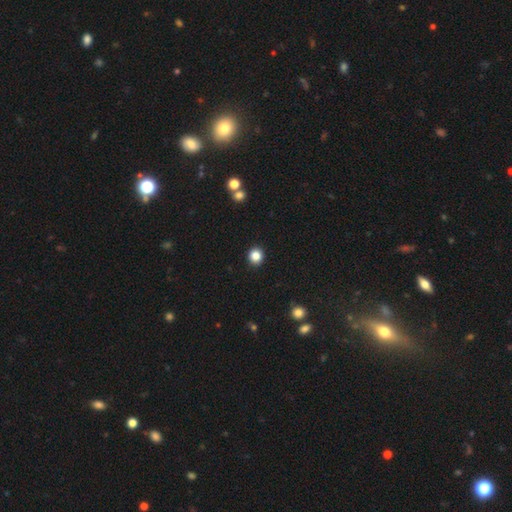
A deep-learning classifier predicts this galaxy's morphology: This appears to be a smooth galaxy with no disk features (85%) that is round (90%). Merging: none (93%).